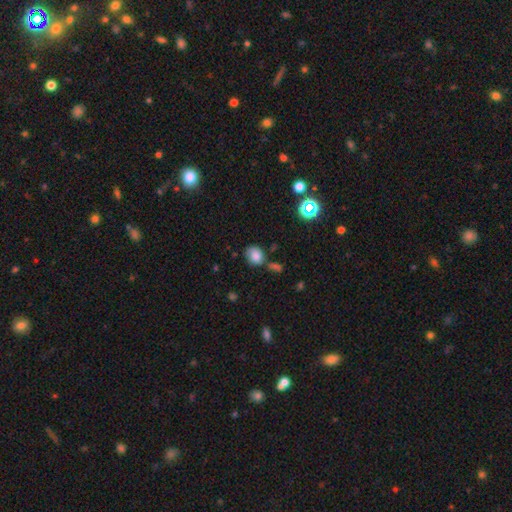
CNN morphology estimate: A smooth galaxy with no disk features (78%) that is round (56%).

Vote fractions:
- Smooth or featured? smooth: 78% / star or artifact: 12% / featured or disk: 10%
- How rounded? round: 56% / in between: 42% / cigar-shaped: 1%
- Merging? none: 57% / minor disturbance: 24% / merger: 13% / major disturbance: 7%